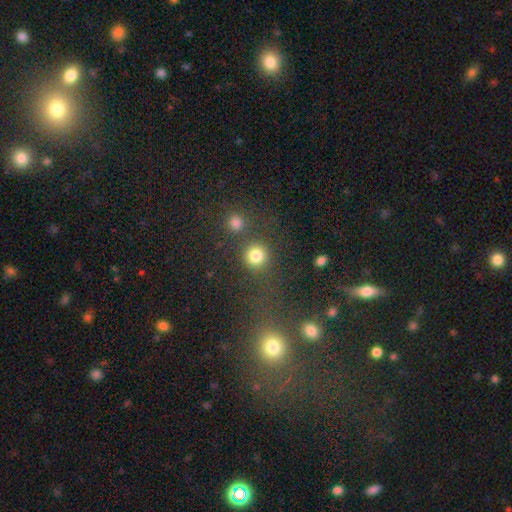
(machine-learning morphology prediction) Smooth or featured?
  - smooth: 81% *
  - star or artifact: 14%
  - featured or disk: 6%
How rounded?
  - round: 91% *
  - in between: 8%
  - cigar-shaped: 1%
Merging?
  - none: 71% *
  - merger: 15%
  - minor disturbance: 8%
  - major disturbance: 5%